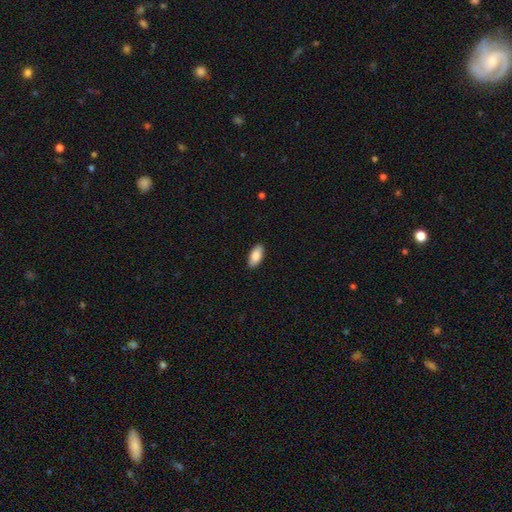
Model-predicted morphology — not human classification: The model was most divided on "smooth or featured": smooth: 86%, featured or disk: 8%, star or artifact: 6%. More confident: how rounded — in between (91%); merging — none (90%).